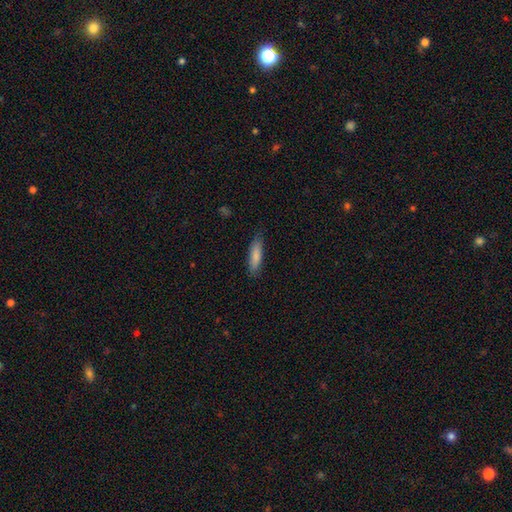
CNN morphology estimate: This appears to be a smooth galaxy with no disk features (83%) that is cigar-shaped (62%). Merging: none (81%).